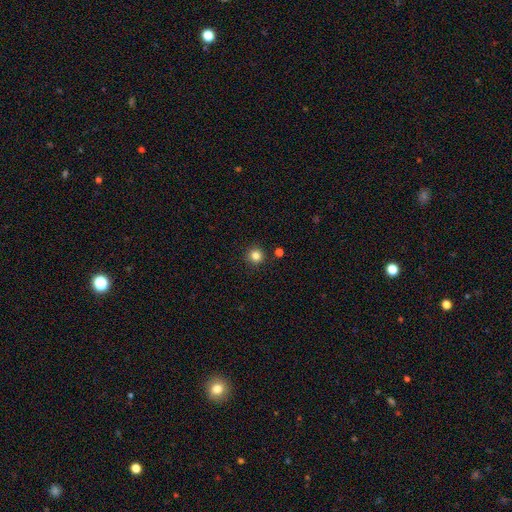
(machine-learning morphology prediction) smooth 83%, star or artifact 12%, featured or disk 5%. Down the decision tree: how rounded — round (95%); merging — none (90%).